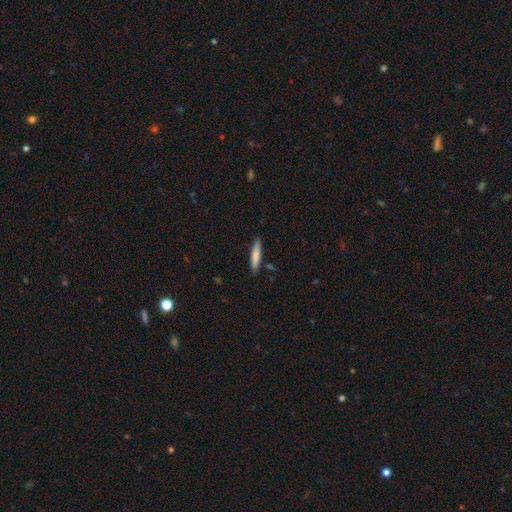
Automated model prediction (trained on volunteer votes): Smooth or featured? smooth (80%)
How rounded? cigar-shaped (88%)
Merging? none (87%)